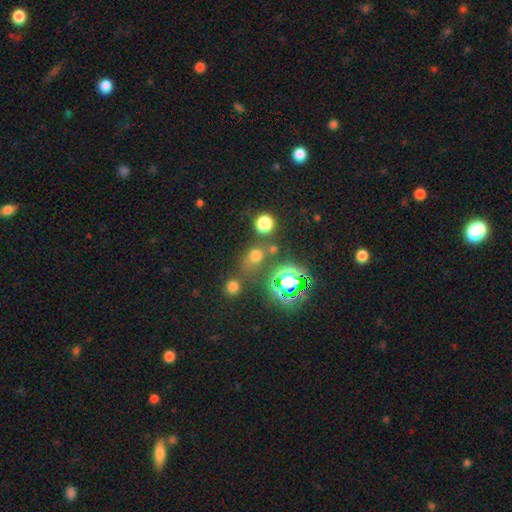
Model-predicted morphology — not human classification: smooth 59%, star or artifact 33%, featured or disk 9%. Down the decision tree: how rounded — round (60%); merging — none (62%).